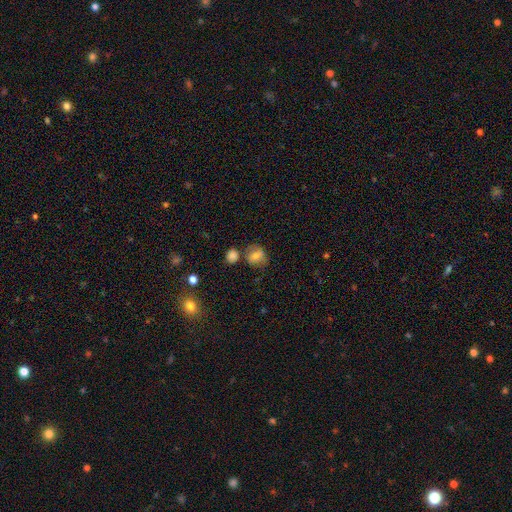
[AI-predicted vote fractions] Morphology: type=smooth (69%); roundness=round (67%); merging=none (65%).